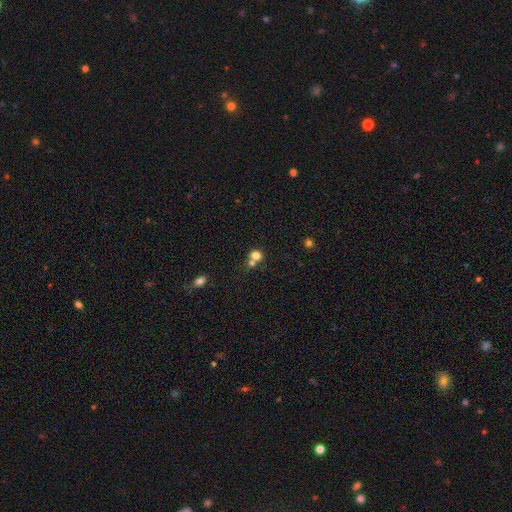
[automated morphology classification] Smooth or featured?
  - smooth: 76% *
  - star or artifact: 15%
  - featured or disk: 9%
How rounded?
  - round: 84% *
  - in between: 15%
  - cigar-shaped: 1%
Merging?
  - none: 47% *
  - merger: 42%
  - minor disturbance: 7%
  - major disturbance: 4%